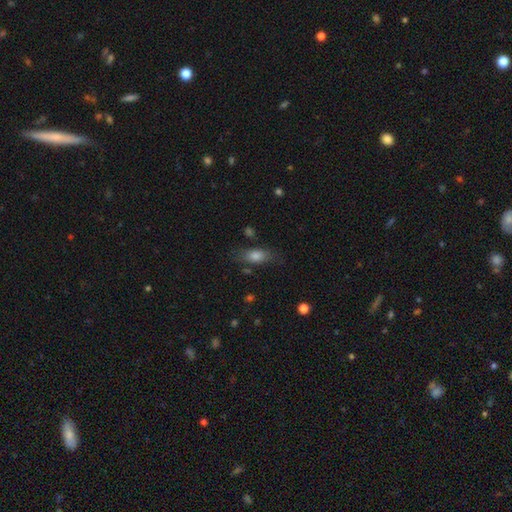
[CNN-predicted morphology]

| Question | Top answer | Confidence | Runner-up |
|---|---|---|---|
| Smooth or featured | smooth | 72% | featured or disk (16%) |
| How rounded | in between | 73% | cigar-shaped (20%) |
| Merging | none | 74% | minor disturbance (17%) |